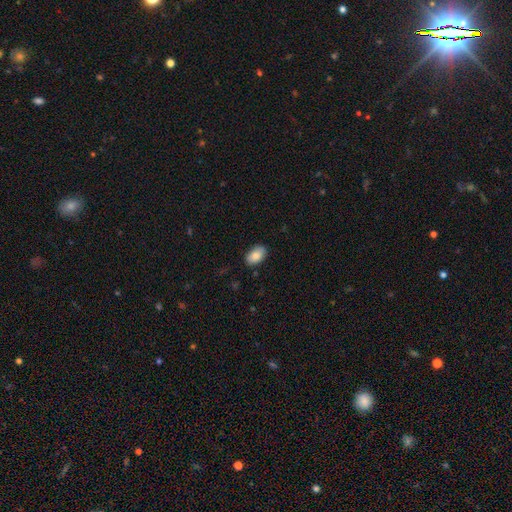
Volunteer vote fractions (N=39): Overall: smooth (82%). How rounded: in between (91%). Merging: none (92%).